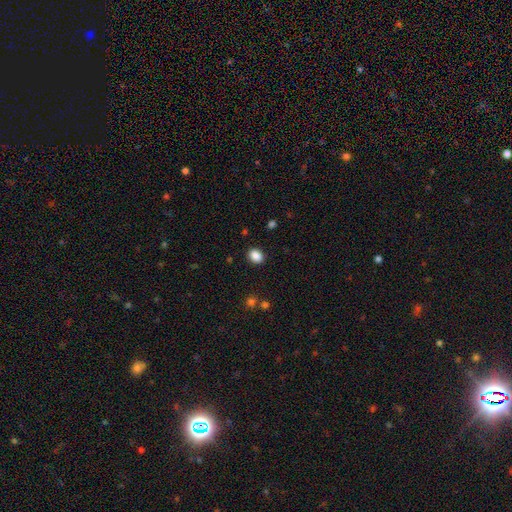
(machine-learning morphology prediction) Smooth or featured? smooth (87%)
How rounded? in between (65%)
Merging? none (88%)